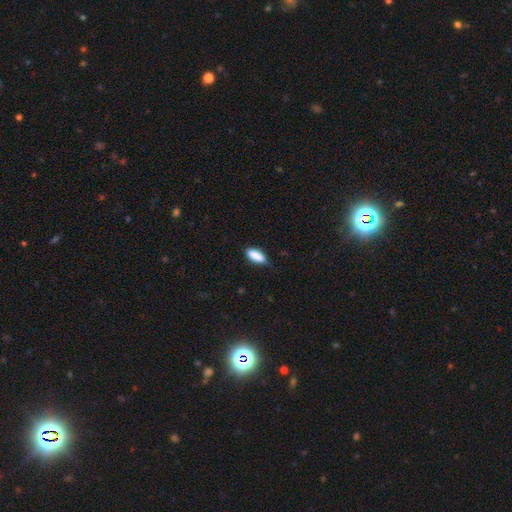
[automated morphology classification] Smooth or featured? Predicted: smooth (p=0.85). How rounded? Predicted: in between (p=0.76). Merging? Predicted: none (p=0.67).